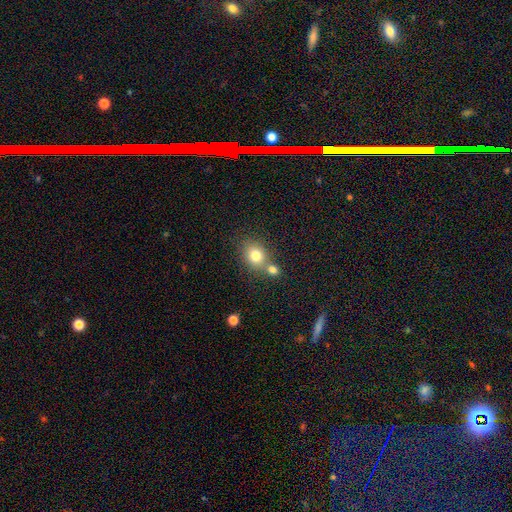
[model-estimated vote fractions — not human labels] Overall: smooth (79%). How rounded: round (61%; in between 38%). Merging: none (54%; merger 32%).